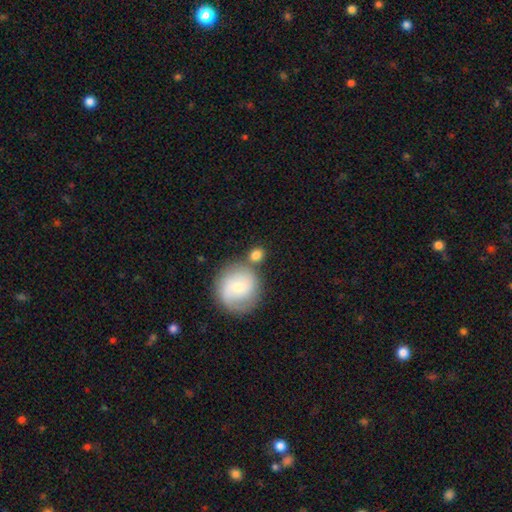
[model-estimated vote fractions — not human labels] The model was most divided on "smooth or featured": smooth: 66%, featured or disk: 26%, star or artifact: 8%. More confident: how rounded — round (85%); merging — none (63%).